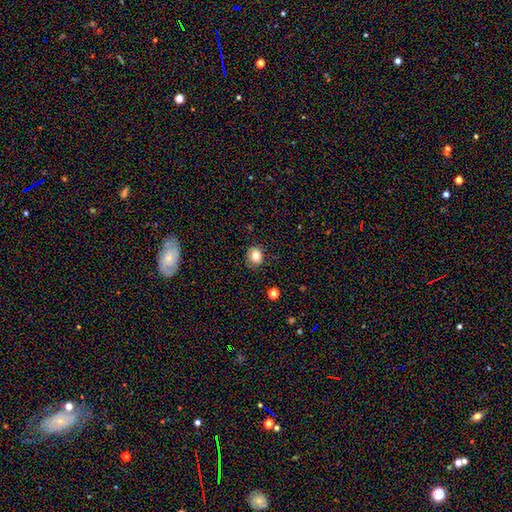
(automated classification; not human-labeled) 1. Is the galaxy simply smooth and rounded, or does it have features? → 81% smooth, 11% star or artifact, 8% featured or disk.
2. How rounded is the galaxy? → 70% round, 29% in between, 1% cigar-shaped.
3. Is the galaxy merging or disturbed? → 85% none, 11% minor disturbance, 2% major disturbance, 1% merger.